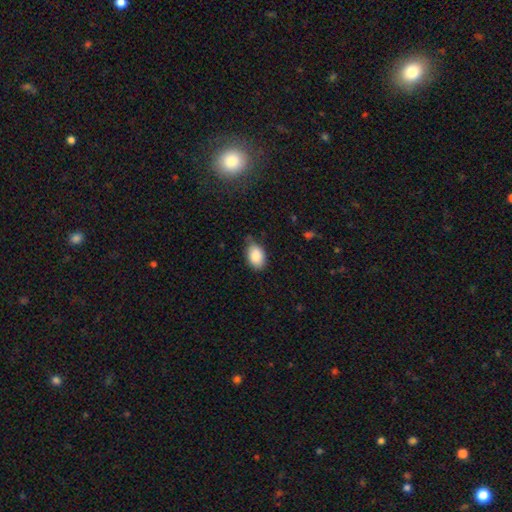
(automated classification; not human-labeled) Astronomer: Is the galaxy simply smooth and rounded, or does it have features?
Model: smooth — 86%.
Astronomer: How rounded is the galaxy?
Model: in between — 88%.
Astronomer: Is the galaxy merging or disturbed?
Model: none — 64%.